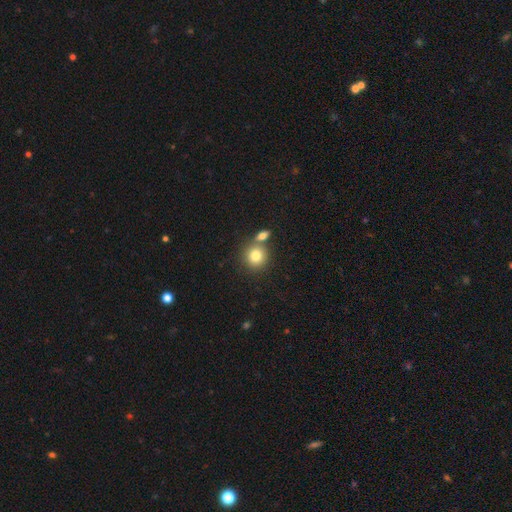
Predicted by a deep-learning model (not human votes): Smooth or featured? smooth (80%)
How rounded? round (87%)
Merging? none (61%)